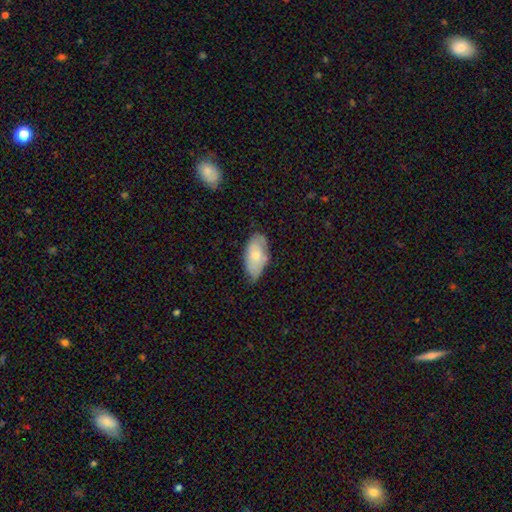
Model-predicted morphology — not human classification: Smooth or featured? smooth (67%)
How rounded? in between (94%)
Merging? none (56%)